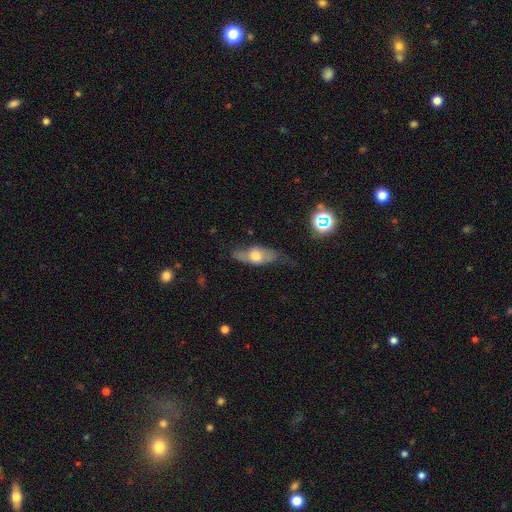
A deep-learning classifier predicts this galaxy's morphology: This appears to be a smooth galaxy with no disk features (49%). Merging: none (49%).